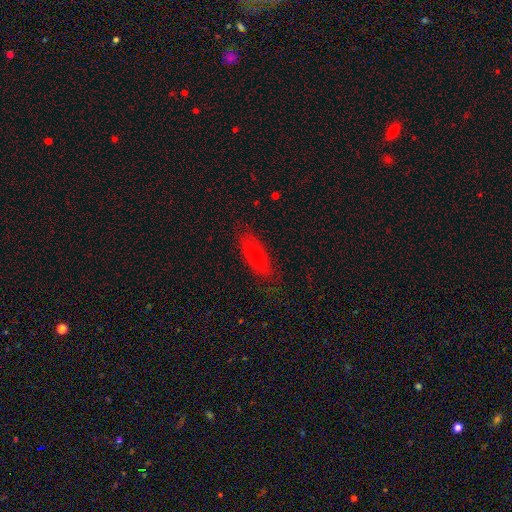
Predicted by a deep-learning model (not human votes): This appears to be a smooth galaxy with no disk features (61%) that is in between round and cigar-shaped (51%). Merging: none (82%).